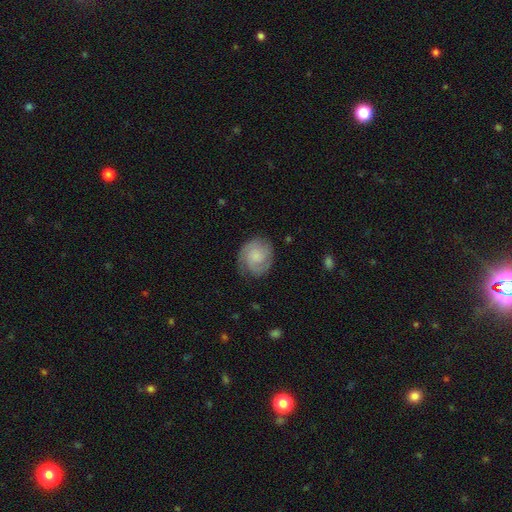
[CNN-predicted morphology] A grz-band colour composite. It shows a featured or disk galaxy (52%) with no bar (74%), spiral arms (88%) and a small central bulge (36%). Merging: none (70%).